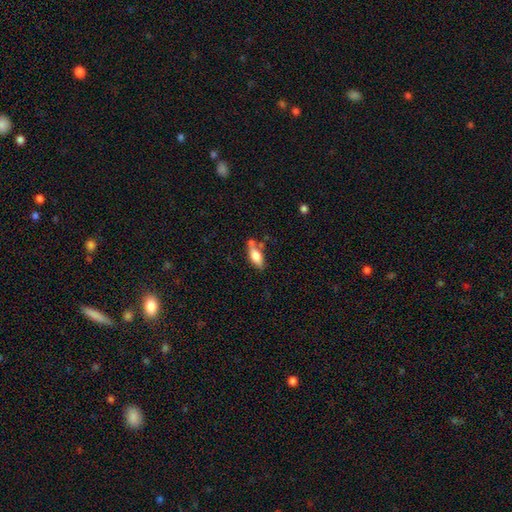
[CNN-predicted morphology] This is likely a smooth galaxy (73%). How rounded: likely in between (76%). Merging: possibly none (56%).